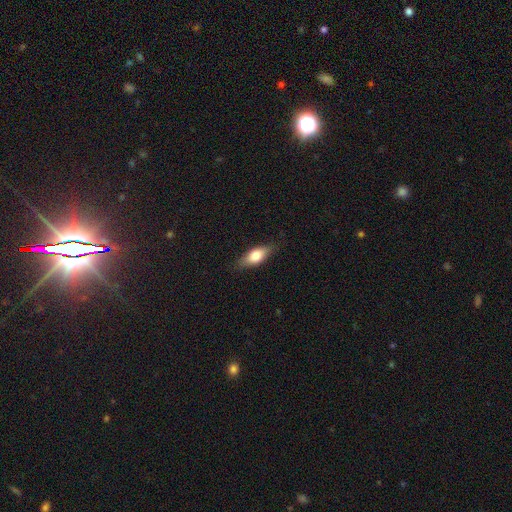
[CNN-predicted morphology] smooth-or-featured: smooth: 68% | featured or disk: 26% | star or artifact: 7%
  how-rounded: in between: 75% | cigar-shaped: 21% | round: 4%
  merging: none: 82% | minor disturbance: 14% | major disturbance: 3% | merger: 1%